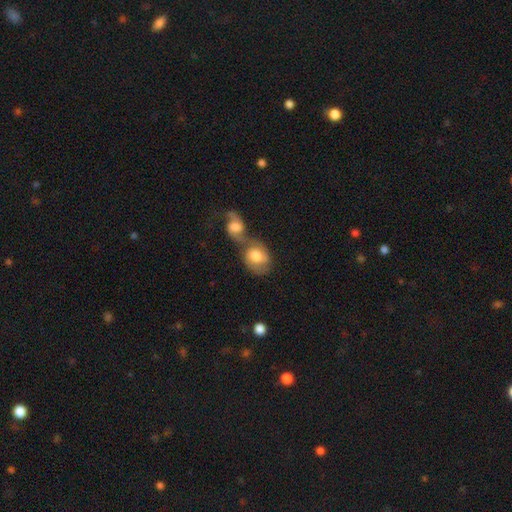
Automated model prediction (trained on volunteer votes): Smooth or featured: smooth — 62% (featured or disk — 31%)
How rounded: in between — 50% (round — 49%)
Merging: merger — 70% (none — 16%)